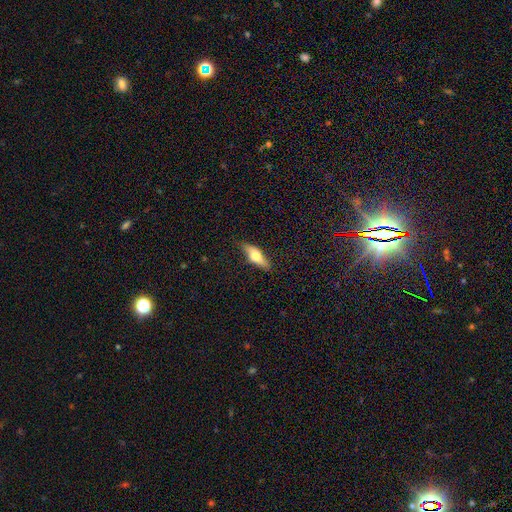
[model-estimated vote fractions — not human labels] The model was most divided on "how rounded": in between: 51%, cigar-shaped: 46%, round: 3%. More confident: merging — none (79%); smooth or featured — smooth (53%).